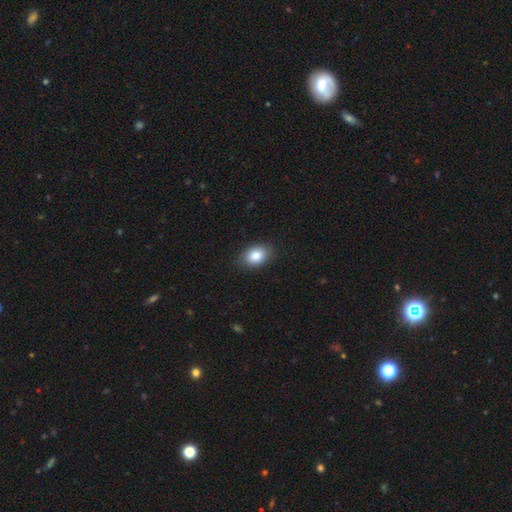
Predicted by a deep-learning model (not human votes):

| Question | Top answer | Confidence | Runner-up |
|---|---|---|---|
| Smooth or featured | smooth | 85% | star or artifact (8%) |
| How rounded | in between | 82% | round (17%) |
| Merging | none | 85% | minor disturbance (11%) |